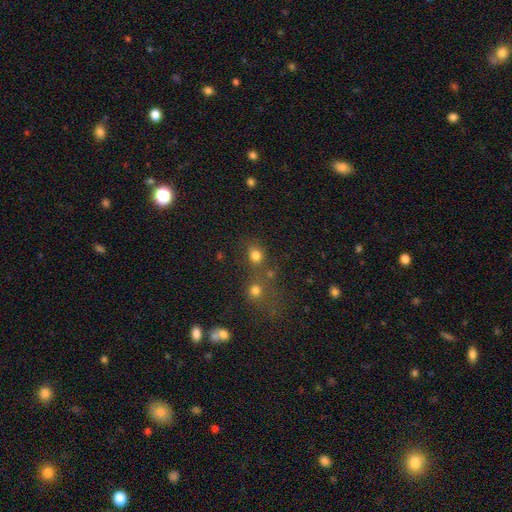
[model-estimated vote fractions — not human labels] A smooth galaxy with no disk features (77%) that is round (67%).

Vote fractions:
- Smooth or featured? smooth: 77% / star or artifact: 16% / featured or disk: 7%
- How rounded? round: 67% / in between: 31% / cigar-shaped: 1%
- Merging? none: 56% / merger: 27% / minor disturbance: 11% / major disturbance: 6%